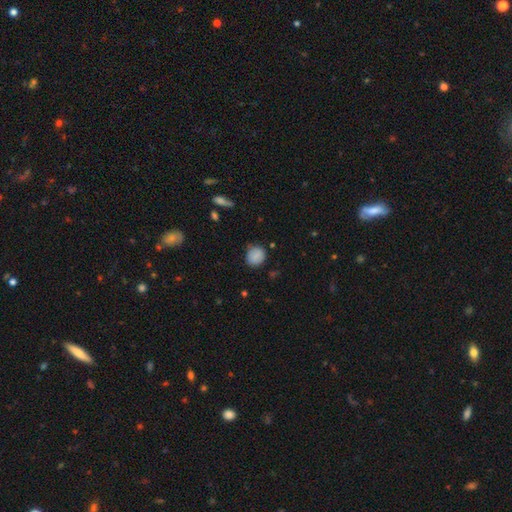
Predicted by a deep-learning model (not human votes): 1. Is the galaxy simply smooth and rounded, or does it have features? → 82% smooth, 10% featured or disk, 9% star or artifact.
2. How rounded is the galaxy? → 78% round, 20% in between, 1% cigar-shaped.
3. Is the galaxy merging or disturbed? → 75% none, 20% minor disturbance, 4% major disturbance, 2% merger.